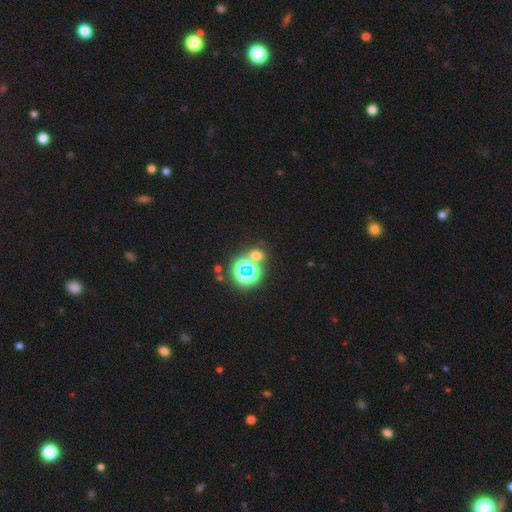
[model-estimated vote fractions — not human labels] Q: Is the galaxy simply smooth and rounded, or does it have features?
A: star or artifact — 47%.